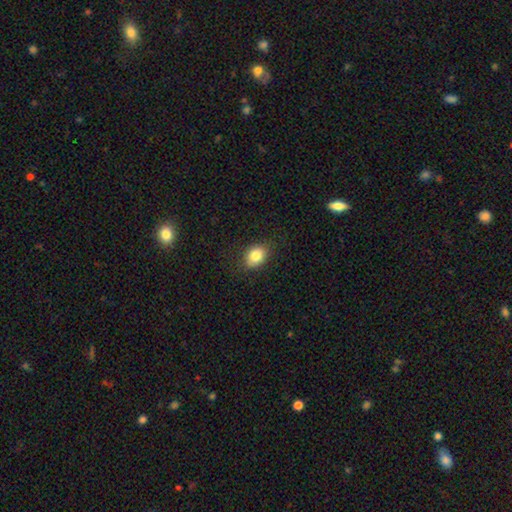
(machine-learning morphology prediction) The model was most divided on "how rounded": in between: 69%, round: 29%, cigar-shaped: 1%. More confident: merging — none (84%); smooth or featured — smooth (83%).